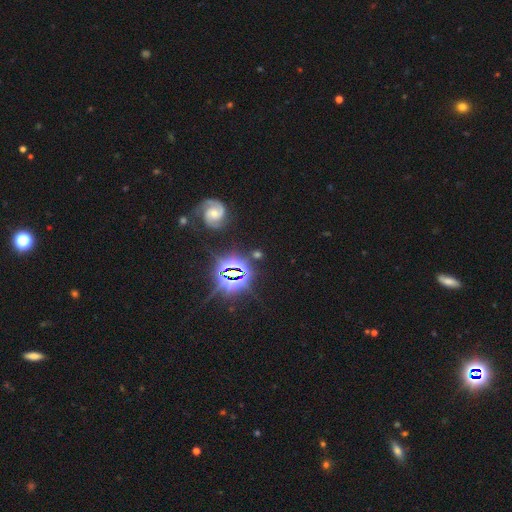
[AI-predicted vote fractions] Morphology: type=star or artifact (50%).